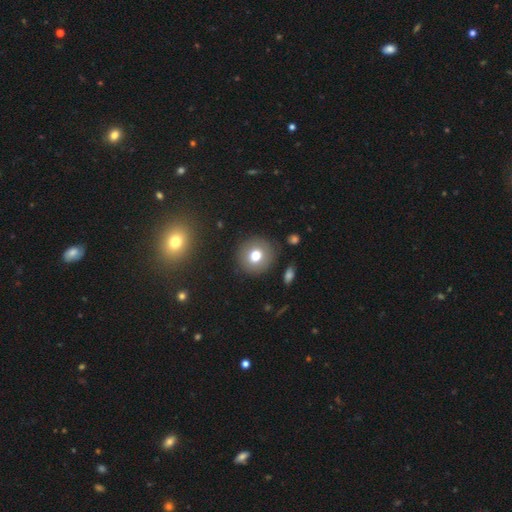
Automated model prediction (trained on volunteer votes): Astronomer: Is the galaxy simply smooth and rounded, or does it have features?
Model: smooth — 72%.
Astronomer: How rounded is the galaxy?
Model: round — 92%.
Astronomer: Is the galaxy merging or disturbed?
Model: none — 88%.